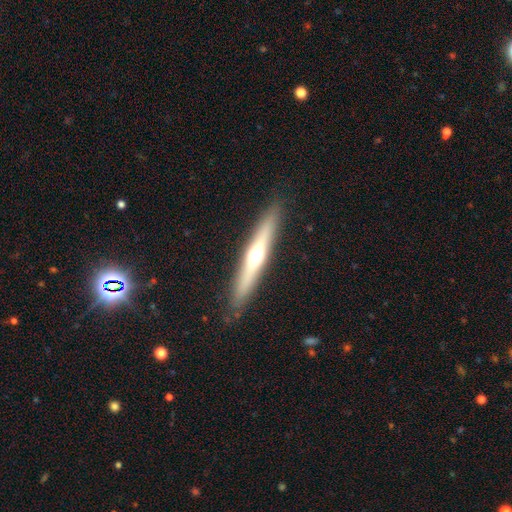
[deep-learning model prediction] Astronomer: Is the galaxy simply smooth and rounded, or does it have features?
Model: featured or disk — 56% (runner-up: smooth, 37%).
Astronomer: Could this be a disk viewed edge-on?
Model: yes — 93%.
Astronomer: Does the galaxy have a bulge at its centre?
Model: rounded — 90%.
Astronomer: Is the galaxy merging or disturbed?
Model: none — 89%.